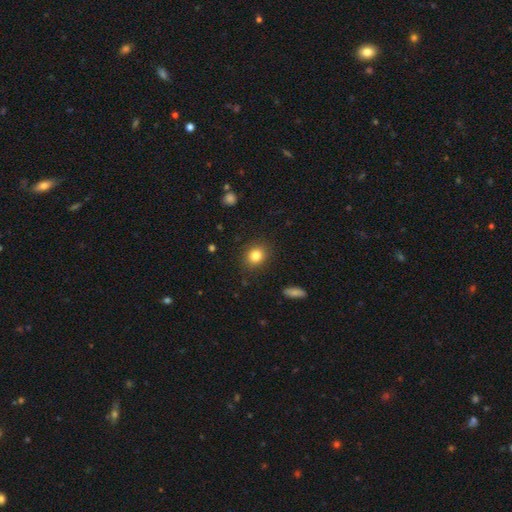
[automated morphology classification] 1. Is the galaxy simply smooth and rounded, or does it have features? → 83% smooth, 10% star or artifact, 7% featured or disk.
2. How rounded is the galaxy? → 72% round, 27% in between, 1% cigar-shaped.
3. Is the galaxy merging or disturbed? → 88% none, 9% minor disturbance, 3% major disturbance, 1% merger.